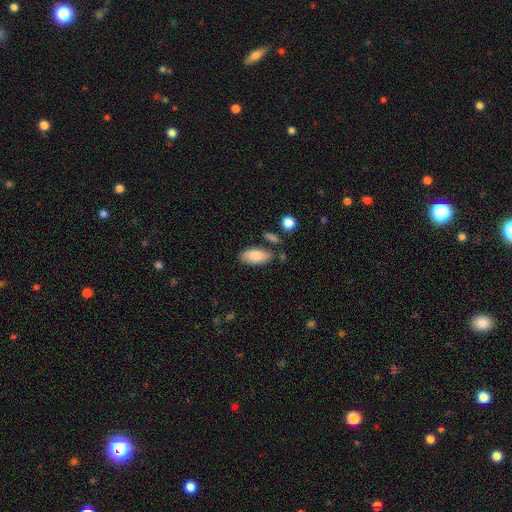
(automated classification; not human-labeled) A smooth galaxy with no disk features (83%) that is in between round and cigar-shaped (92%). Merging: none (72%).